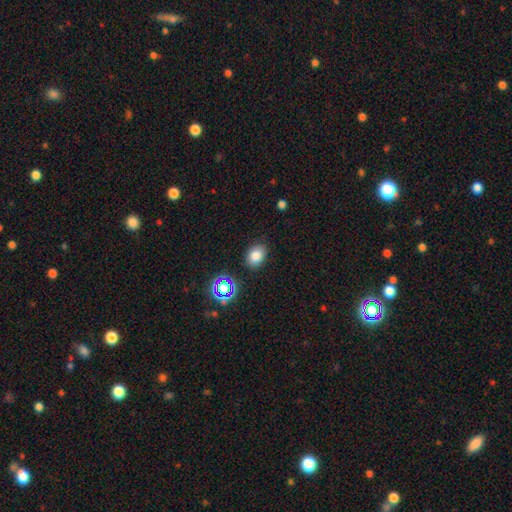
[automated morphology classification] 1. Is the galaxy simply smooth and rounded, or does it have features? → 79% smooth, 14% star or artifact, 7% featured or disk.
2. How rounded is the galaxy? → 70% in between, 29% round, 1% cigar-shaped.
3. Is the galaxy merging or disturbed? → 83% none, 12% minor disturbance, 3% major disturbance, 2% merger.